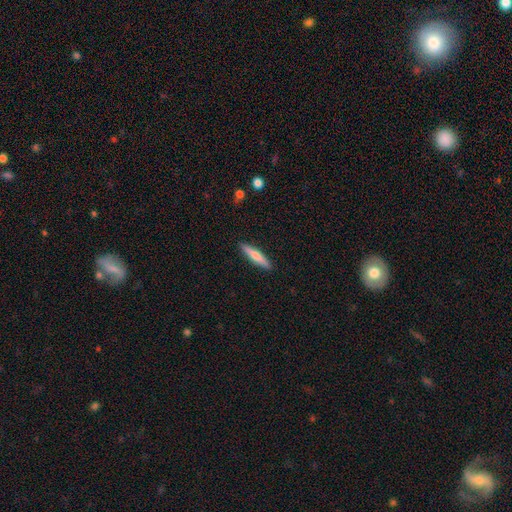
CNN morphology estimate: smooth_or_featured: smooth (p=0.61) [alt: featured or disk p=0.33]
how_rounded: cigar-shaped (p=0.88) [alt: in between p=0.11]
merging: none (p=0.91) [alt: minor disturbance p=0.07]